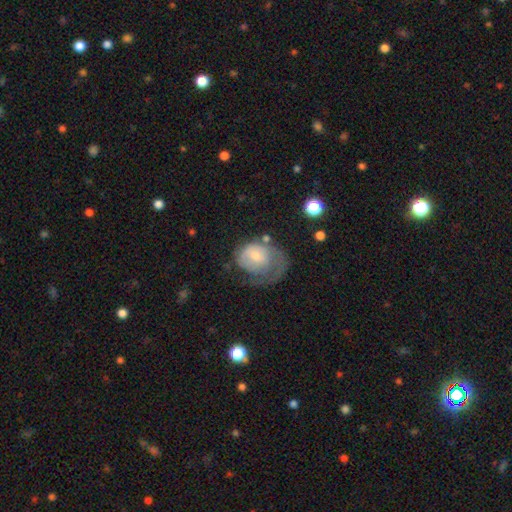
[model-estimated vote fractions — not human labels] Q: Smooth or featured?
A: featured or disk (50%); runner-up: smooth (43%)
Q: Edge-on disk?
A: no (97%); runner-up: yes (3%)
Q: Merging?
A: major disturbance (47%); runner-up: none (26%)